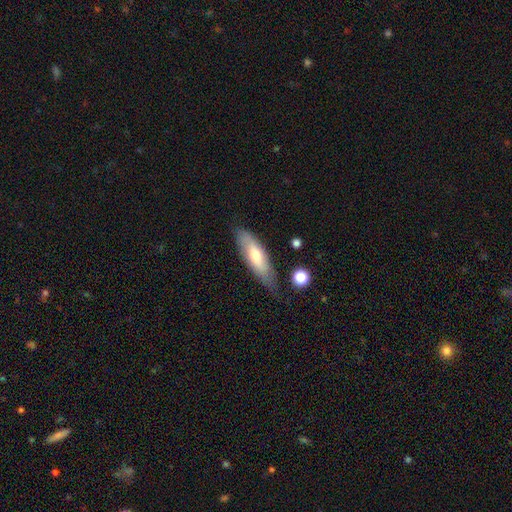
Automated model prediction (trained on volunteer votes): A smooth galaxy with no disk features (66%) that is in between round and cigar-shaped (53%). Merging: none (65%).